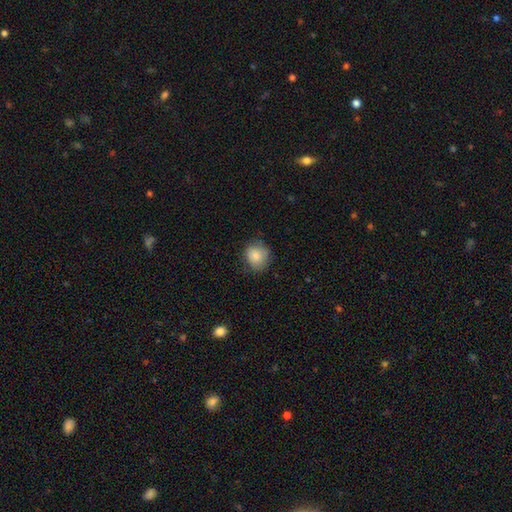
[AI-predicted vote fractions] smooth 84%, star or artifact 8%, featured or disk 8%. Down the decision tree: how rounded — round (77%); merging — none (72%).